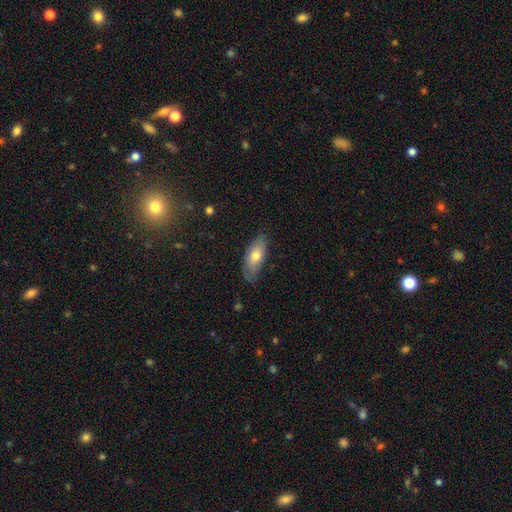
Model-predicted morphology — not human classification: Overall: smooth (66%; featured or disk 27%). How rounded: in between (77%). Merging: none (74%).